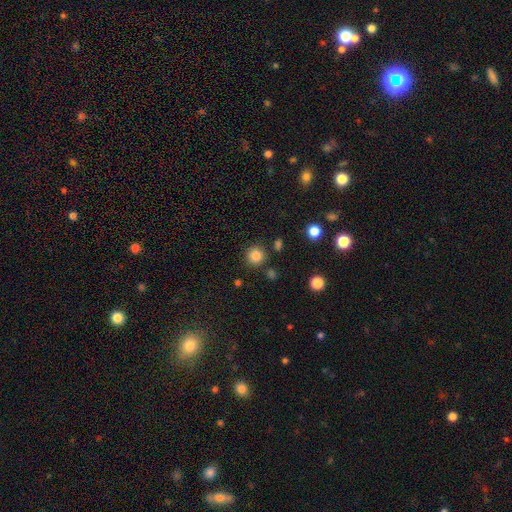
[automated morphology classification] Smooth or featured? smooth (84%)
How rounded? round (93%)
Merging? none (85%)